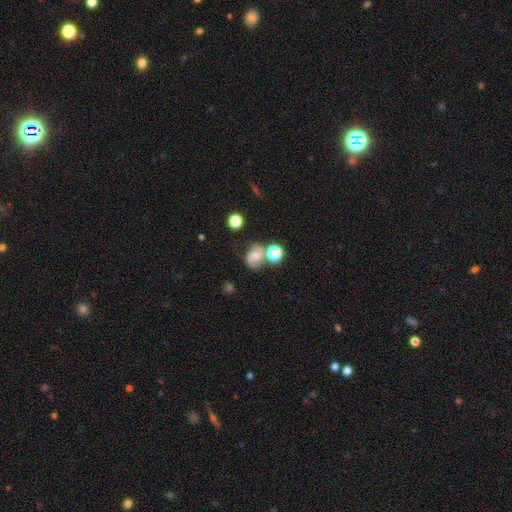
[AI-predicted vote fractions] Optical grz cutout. It shows a featured or disk galaxy (50%). Merging: none (59%).